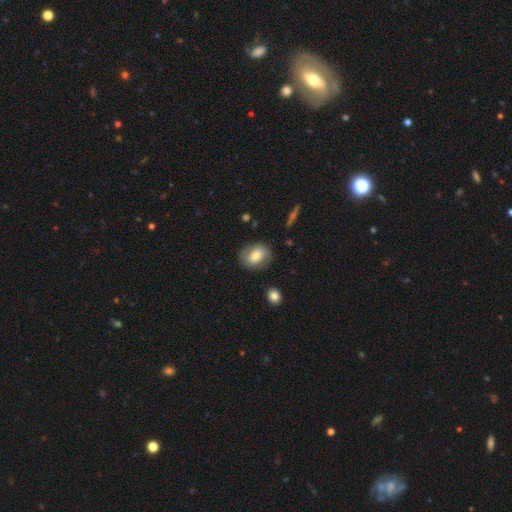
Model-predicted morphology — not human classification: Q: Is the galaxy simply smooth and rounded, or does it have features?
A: smooth — 68%.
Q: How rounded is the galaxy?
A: in between — 60%.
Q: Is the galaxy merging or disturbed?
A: none — 79%.